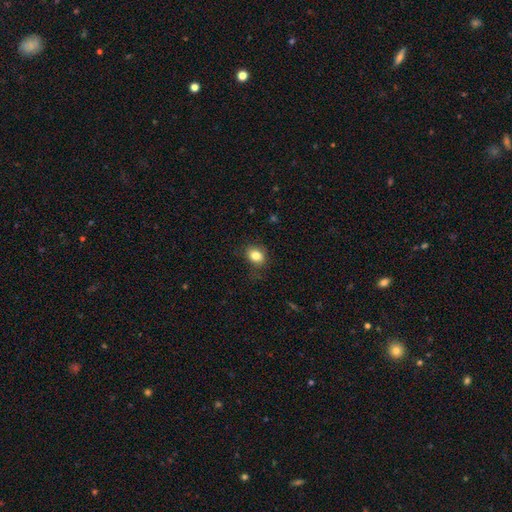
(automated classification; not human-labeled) smooth-or-featured: smooth: 83% | star or artifact: 10% | featured or disk: 7%
  how-rounded: round: 50% | in between: 49% | cigar-shaped: 1%
  merging: none: 79% | minor disturbance: 16% | major disturbance: 5% | merger: 1%